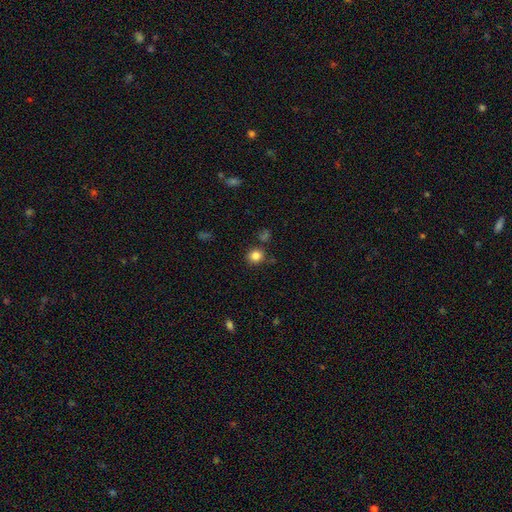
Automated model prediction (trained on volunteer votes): Smooth or featured?
  - smooth: 83% *
  - star or artifact: 12%
  - featured or disk: 5%
How rounded?
  - round: 83% *
  - in between: 16%
  - cigar-shaped: 1%
Merging?
  - none: 83% *
  - minor disturbance: 10%
  - merger: 4%
  - major disturbance: 3%